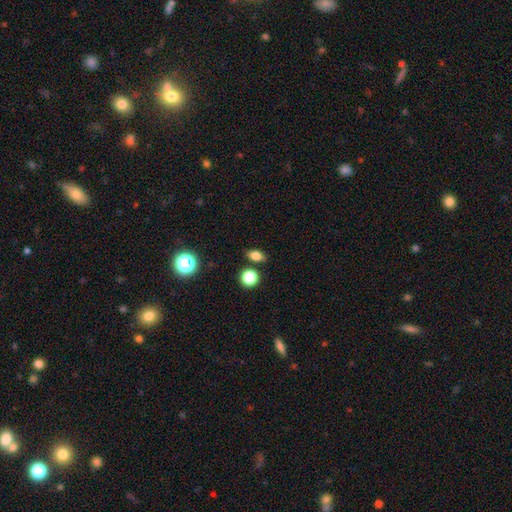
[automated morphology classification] smooth 77%, star or artifact 14%, featured or disk 10%. Down the decision tree: how rounded — in between (72%); merging — none (82%).